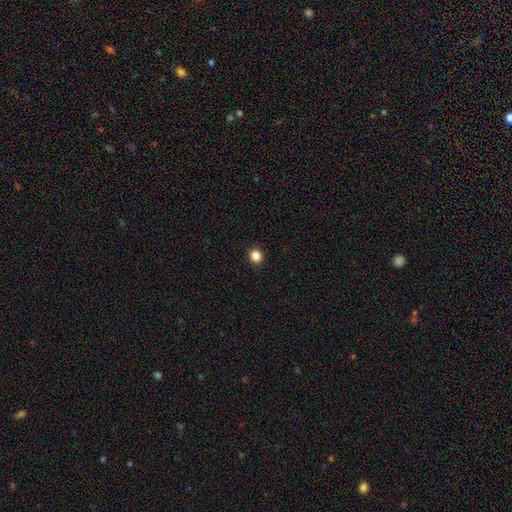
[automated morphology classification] This is clearly a smooth galaxy (85%). How rounded: clearly round (81%). Merging: clearly none (92%).